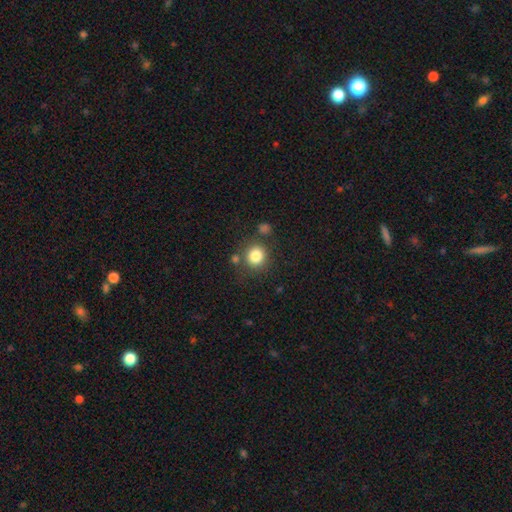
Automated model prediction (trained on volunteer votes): The model was most divided on "merging": none: 77%, minor disturbance: 10%, merger: 9%, major disturbance: 4%. More confident: how rounded — round (88%); smooth or featured — smooth (82%).